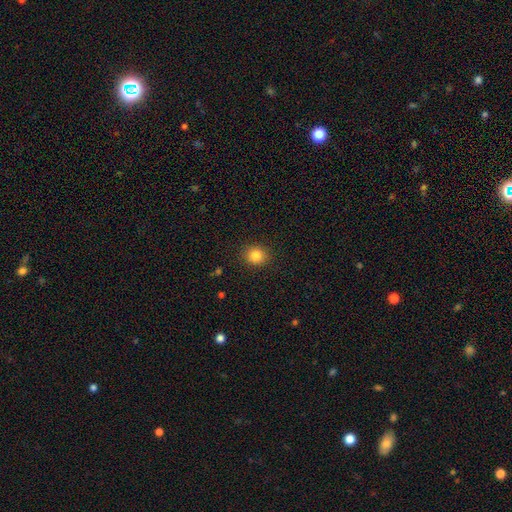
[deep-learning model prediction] Smooth or featured: smooth — 84% (star or artifact — 11%)
How rounded: round — 83% (in between — 16%)
Merging: none — 90% (minor disturbance — 6%)